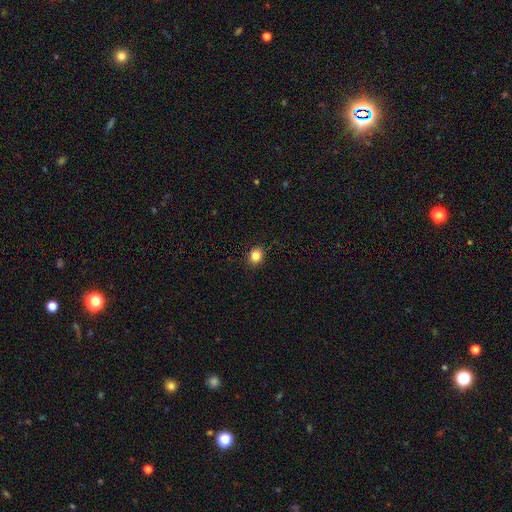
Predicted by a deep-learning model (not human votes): smooth 84%, star or artifact 11%, featured or disk 5%. Down the decision tree: how rounded — round (69%); merging — none (91%).